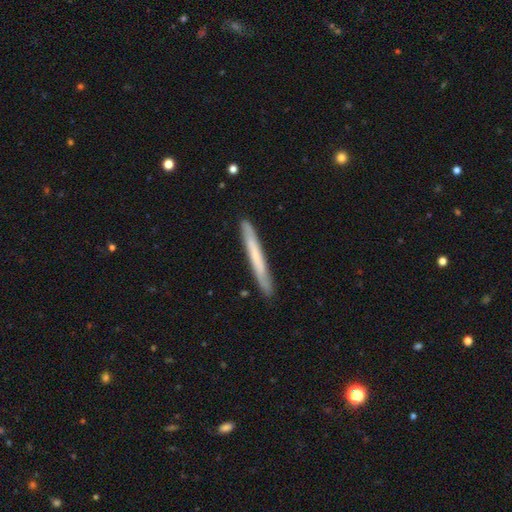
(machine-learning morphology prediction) This appears to be a smooth galaxy with no disk features (57%) that is cigar-shaped (97%). Merging: none (89%).